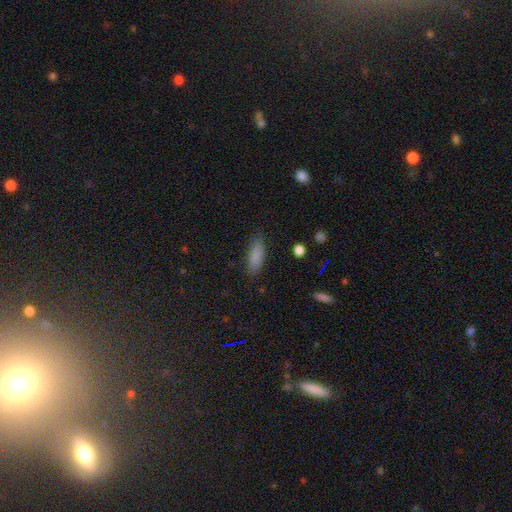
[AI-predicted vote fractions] A smooth galaxy with no disk features (86%) that is in between round and cigar-shaped (63%).

Vote fractions:
- Smooth or featured? smooth: 86% / star or artifact: 8% / featured or disk: 6%
- How rounded? in between: 63% / cigar-shaped: 35% / round: 2%
- Merging? none: 85% / minor disturbance: 11% / major disturbance: 3% / merger: 1%